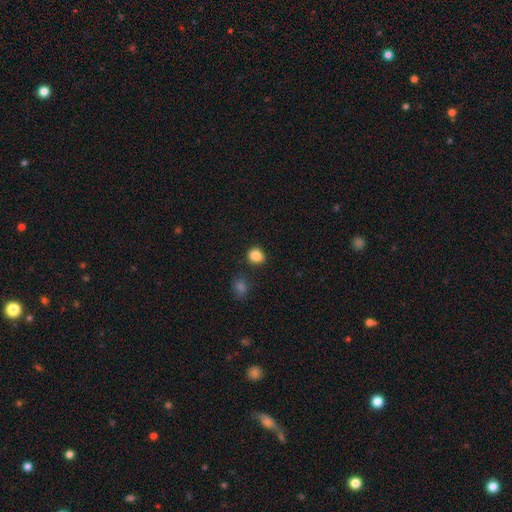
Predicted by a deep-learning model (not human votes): Smooth or featured: smooth — 86% (star or artifact — 10%)
How rounded: round — 61% (in between — 38%)
Merging: none — 77% (minor disturbance — 14%)